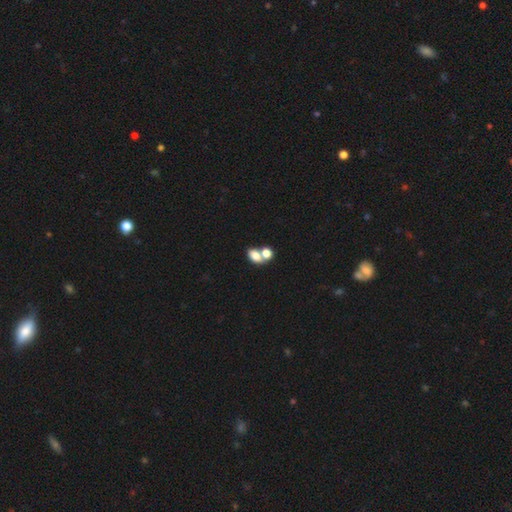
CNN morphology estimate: smooth_or_featured: smooth (p=0.77) [alt: featured or disk p=0.12]
how_rounded: in between (p=0.78) [alt: round p=0.20]
merging: merger (p=0.57) [alt: none p=0.31]